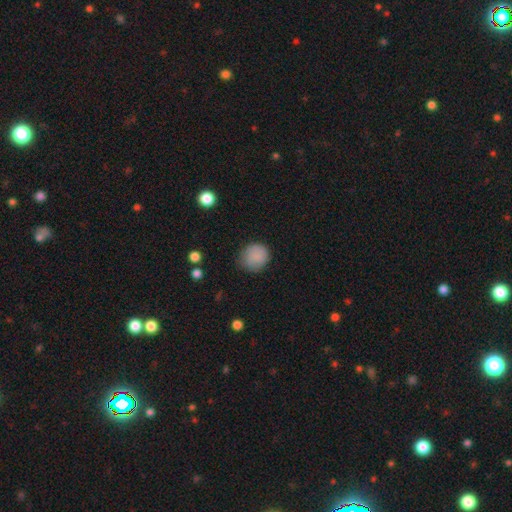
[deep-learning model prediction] smooth-or-featured: smooth: 85% | star or artifact: 8% | featured or disk: 7%
  how-rounded: round: 86% | in between: 13% | cigar-shaped: 1%
  merging: none: 73% | minor disturbance: 21% | major disturbance: 5% | merger: 1%